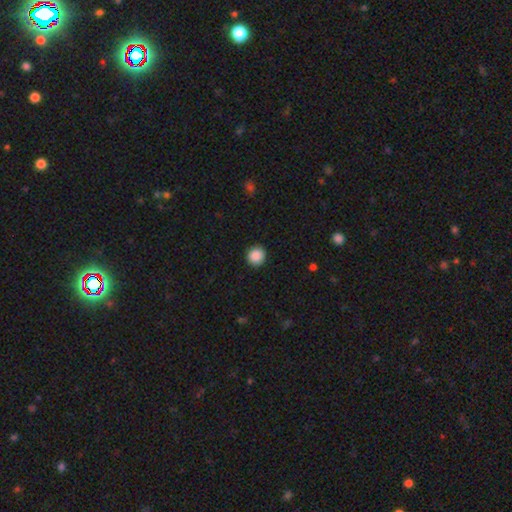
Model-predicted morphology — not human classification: A smooth galaxy with no disk features (89%) that is round (91%).

Vote fractions:
- Smooth or featured? smooth: 89% / star or artifact: 9% / featured or disk: 3%
- How rounded? round: 91% / in between: 8% / cigar-shaped: 1%
- Merging? none: 91% / minor disturbance: 6% / major disturbance: 2% / merger: 1%